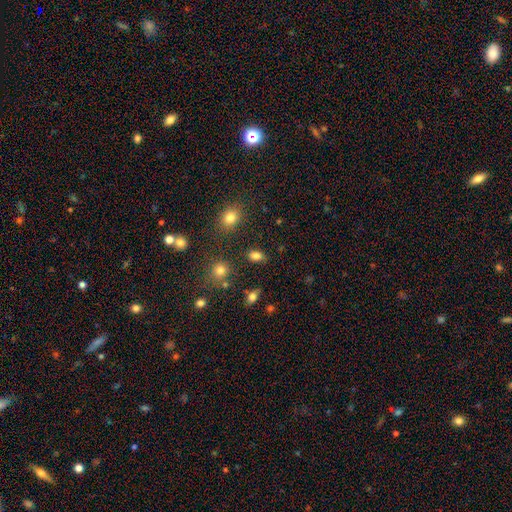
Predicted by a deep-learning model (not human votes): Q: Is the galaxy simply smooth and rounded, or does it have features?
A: smooth — 83%.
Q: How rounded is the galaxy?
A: in between — 84%.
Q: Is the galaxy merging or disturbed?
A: none — 82%.